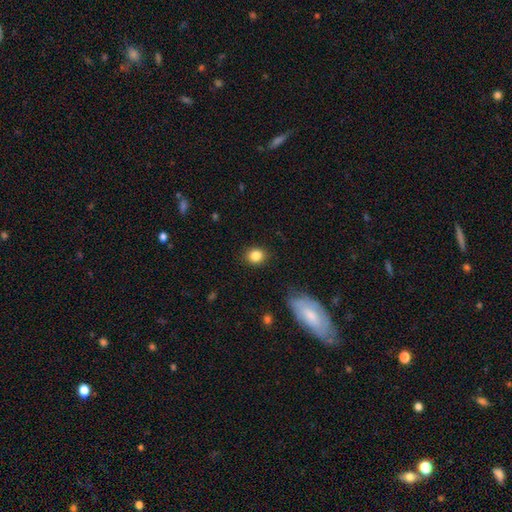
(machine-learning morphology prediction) A smooth galaxy with no disk features (85%) that is round (68%).

Vote fractions:
- Smooth or featured? smooth: 85% / star or artifact: 10% / featured or disk: 6%
- How rounded? round: 68% / in between: 31% / cigar-shaped: 1%
- Merging? none: 87% / minor disturbance: 9% / major disturbance: 3% / merger: 1%